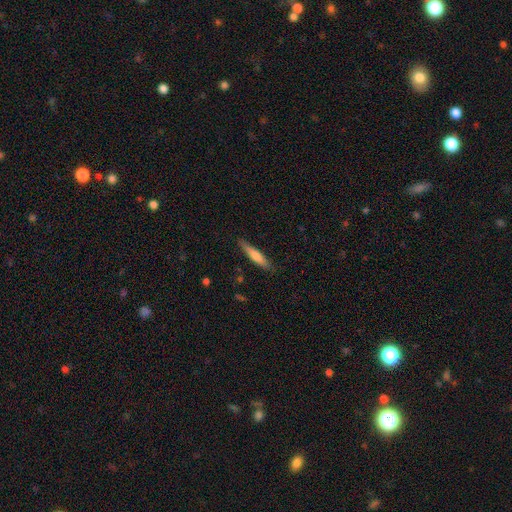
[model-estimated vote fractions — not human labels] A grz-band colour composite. It shows a smooth galaxy with no disk features (67%) that is cigar-shaped (89%). Merging: none (86%).